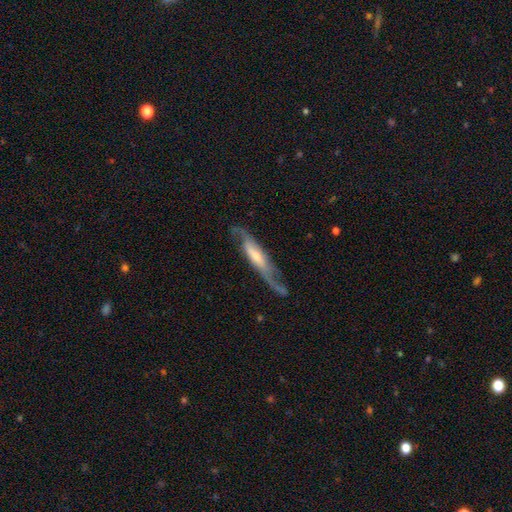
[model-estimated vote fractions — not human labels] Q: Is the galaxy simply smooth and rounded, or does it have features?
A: featured or disk — 71%.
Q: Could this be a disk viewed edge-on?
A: no — 58%.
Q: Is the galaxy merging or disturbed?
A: none — 53%.